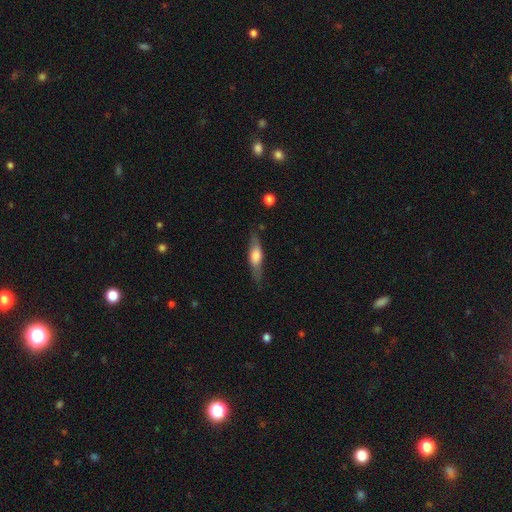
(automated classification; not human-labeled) Q: Smooth or featured?
A: smooth (50%); runner-up: featured or disk (44%)
Q: How rounded?
A: cigar-shaped (63%); runner-up: in between (35%)
Q: Merging?
A: none (77%); runner-up: minor disturbance (16%)